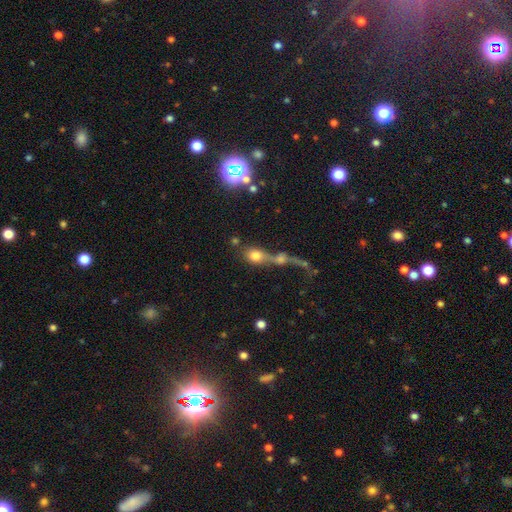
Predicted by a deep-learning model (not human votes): This appears to be a smooth galaxy with no disk features (69%) that is round (57%). Merging: merger (60%).